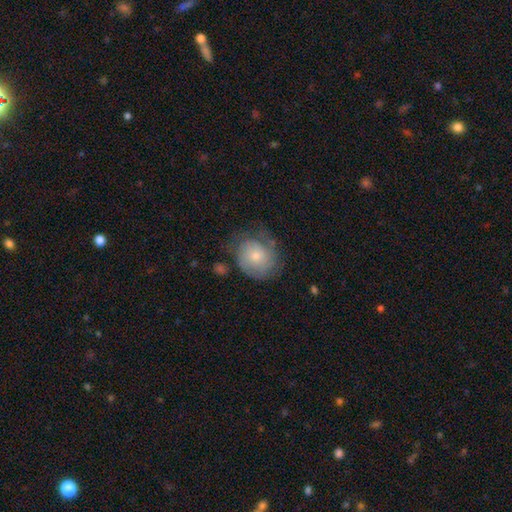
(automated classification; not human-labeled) This appears to be a smooth galaxy with no disk features (56%) that is round (71%). Merging: none (52%).